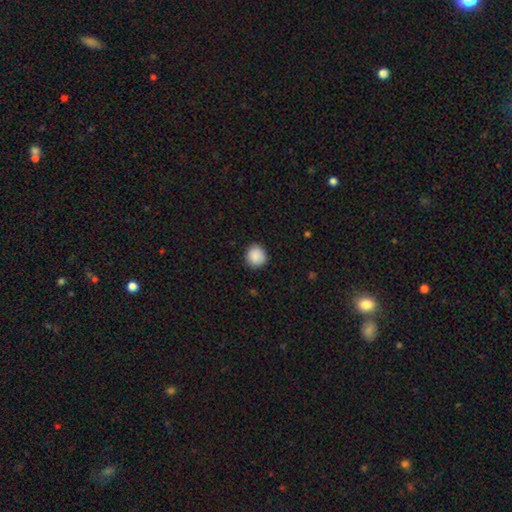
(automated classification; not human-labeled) Smooth or featured? Predicted: smooth (p=0.88). How rounded? Predicted: round (p=0.90). Merging? Predicted: none (p=0.88).